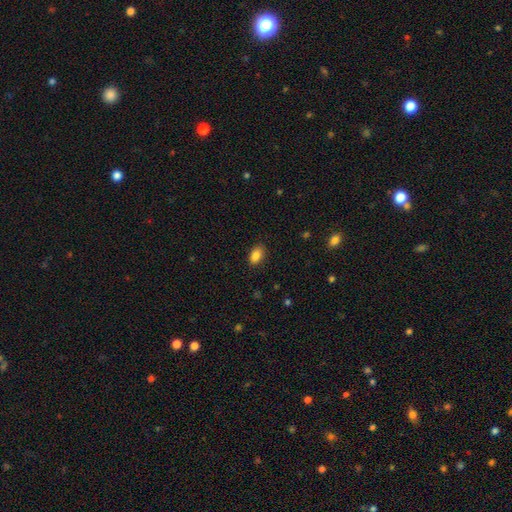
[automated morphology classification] smooth-or-featured: smooth: 87% | star or artifact: 9% | featured or disk: 5%
  how-rounded: in between: 88% | round: 10% | cigar-shaped: 2%
  merging: none: 87% | minor disturbance: 10% | major disturbance: 2% | merger: 1%